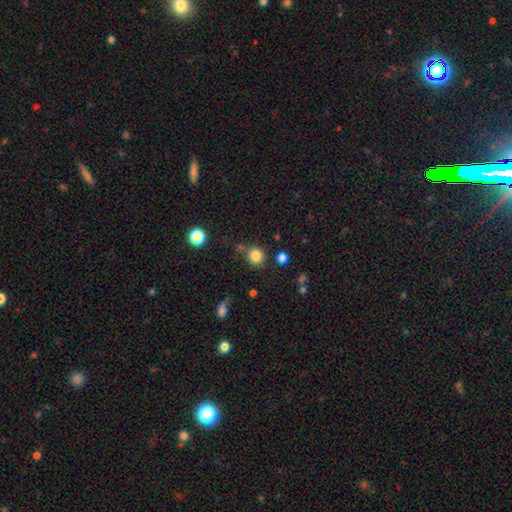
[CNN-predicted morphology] Smooth or featured?
  - smooth: 84% *
  - star or artifact: 11%
  - featured or disk: 5%
How rounded?
  - round: 83% *
  - in between: 16%
  - cigar-shaped: 1%
Merging?
  - none: 78% *
  - minor disturbance: 11%
  - merger: 7%
  - major disturbance: 4%